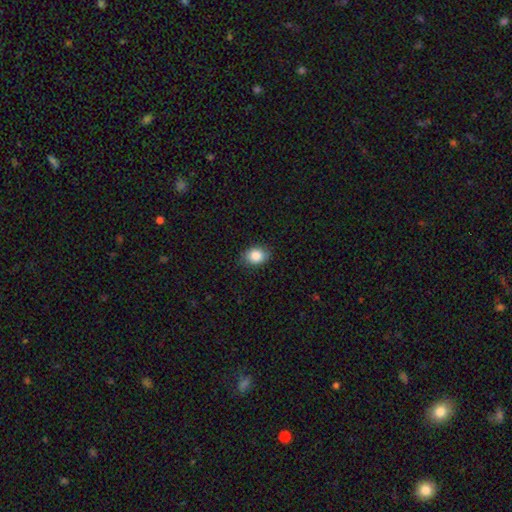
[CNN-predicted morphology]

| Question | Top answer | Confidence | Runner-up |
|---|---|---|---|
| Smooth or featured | smooth | 86% | star or artifact (8%) |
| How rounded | in between | 60% | round (39%) |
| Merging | none | 85% | minor disturbance (11%) |